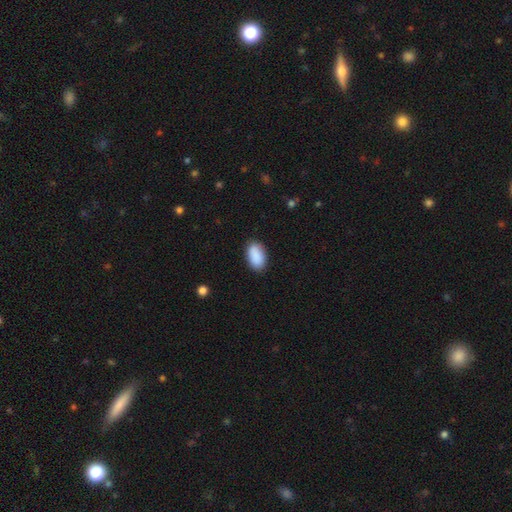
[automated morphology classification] Smooth or featured? Predicted: smooth (p=0.90). How rounded? Predicted: in between (p=0.94). Merging? Predicted: none (p=0.87).